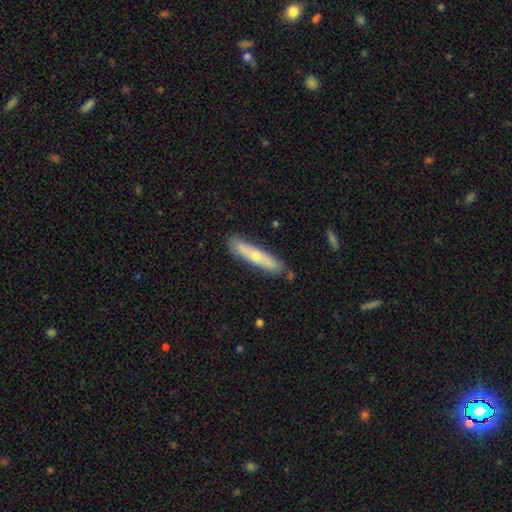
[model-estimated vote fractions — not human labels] This is possibly a smooth galaxy (49%). Merging: clearly none (80%).